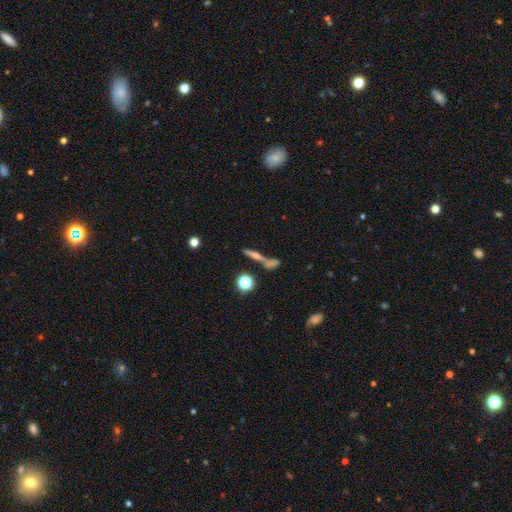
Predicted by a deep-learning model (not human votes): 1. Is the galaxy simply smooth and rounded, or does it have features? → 44% featured or disk, 37% smooth, 19% star or artifact.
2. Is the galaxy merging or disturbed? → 57% none, 25% merger, 11% minor disturbance, 7% major disturbance.